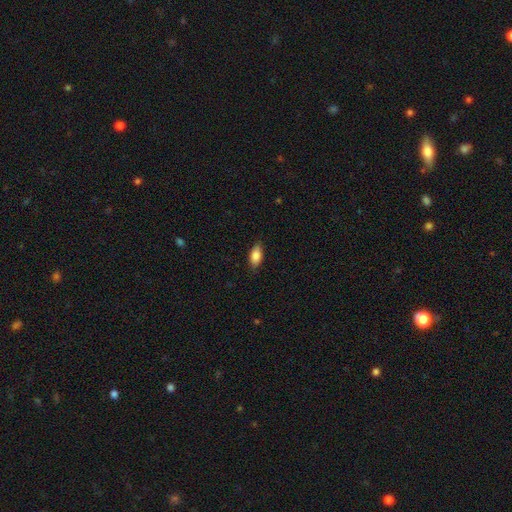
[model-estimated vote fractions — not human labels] This is clearly a smooth galaxy (85%). How rounded: clearly in between (89%). Merging: clearly none (84%).